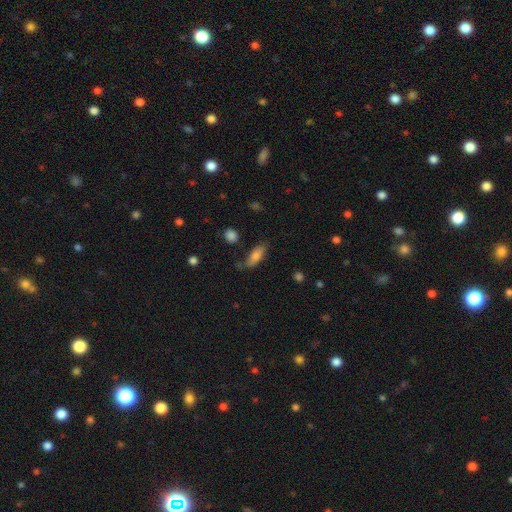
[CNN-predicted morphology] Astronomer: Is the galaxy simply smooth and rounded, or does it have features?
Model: smooth — 77%.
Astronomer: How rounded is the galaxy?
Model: in between — 69%.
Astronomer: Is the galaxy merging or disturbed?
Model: none — 65%.